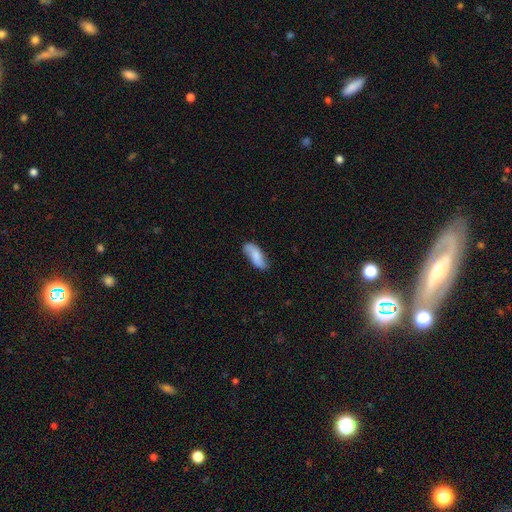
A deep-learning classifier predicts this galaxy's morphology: The model was most divided on "how rounded": in between: 70%, cigar-shaped: 27%, round: 2%. More confident: merging — none (71%); smooth or featured — smooth (70%).